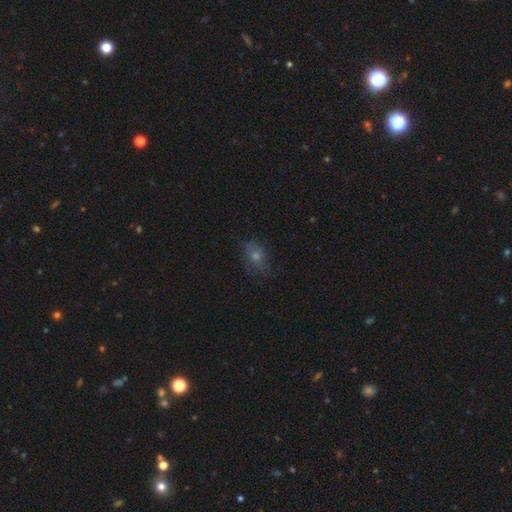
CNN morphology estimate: A smooth galaxy with no disk features (46%). Merging: none (71%).